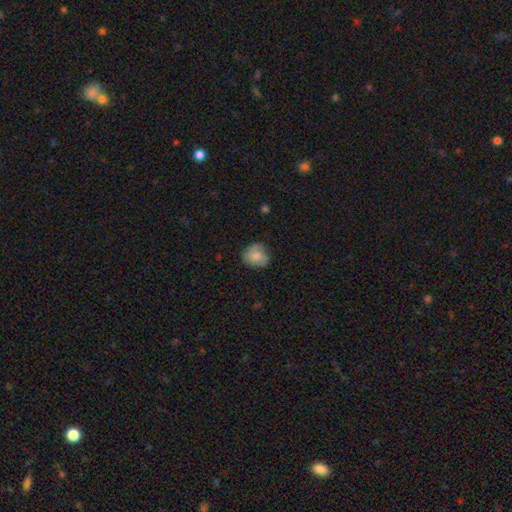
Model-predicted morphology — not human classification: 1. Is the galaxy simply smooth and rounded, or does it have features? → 68% smooth, 25% featured or disk, 8% star or artifact.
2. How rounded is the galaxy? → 70% round, 29% in between, 1% cigar-shaped.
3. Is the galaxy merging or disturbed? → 65% none, 26% minor disturbance, 7% major disturbance, 1% merger.